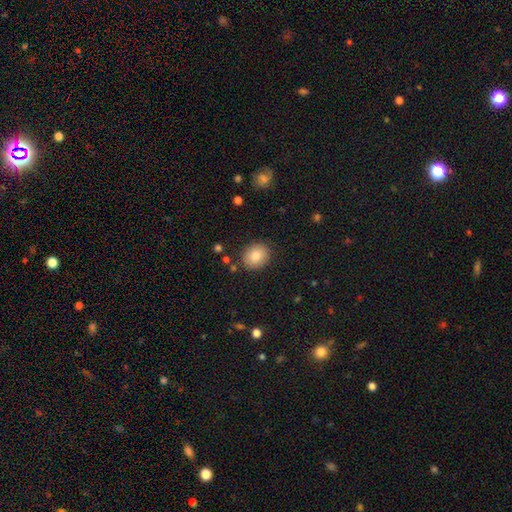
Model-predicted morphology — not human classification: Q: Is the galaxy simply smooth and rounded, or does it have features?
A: smooth — 83%.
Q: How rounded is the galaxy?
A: round — 63%.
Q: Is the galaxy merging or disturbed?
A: none — 87%.